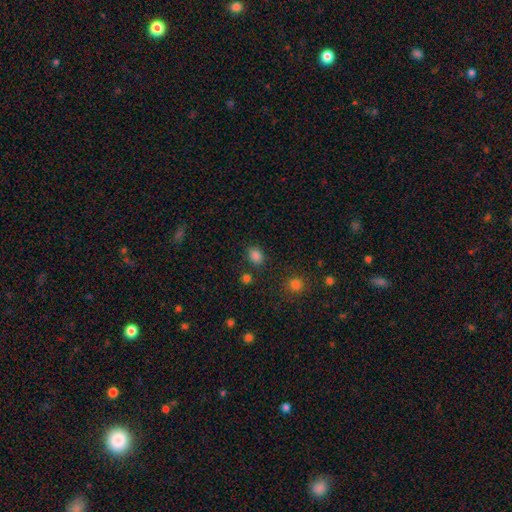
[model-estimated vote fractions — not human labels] Smooth or featured? Predicted: smooth (p=0.83). How rounded? Predicted: in between (p=0.55). Merging? Predicted: none (p=0.80).